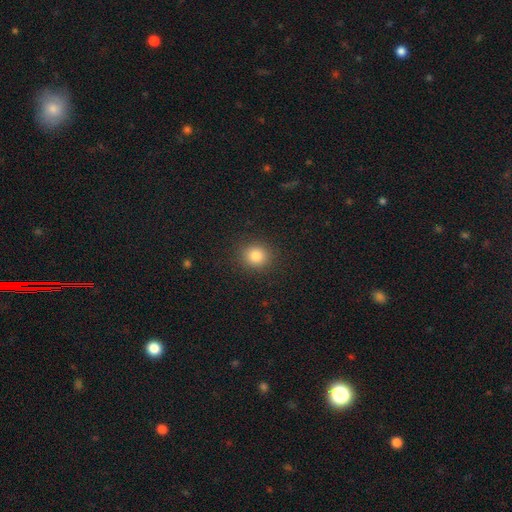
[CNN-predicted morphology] A smooth galaxy with no disk features (83%) that is round (85%). Merging: none (90%).